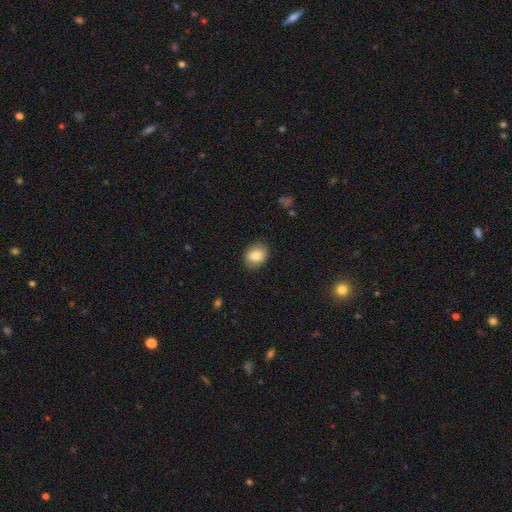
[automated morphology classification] This is clearly a smooth galaxy (84%). How rounded: possibly in between (50%). Merging: clearly none (86%).